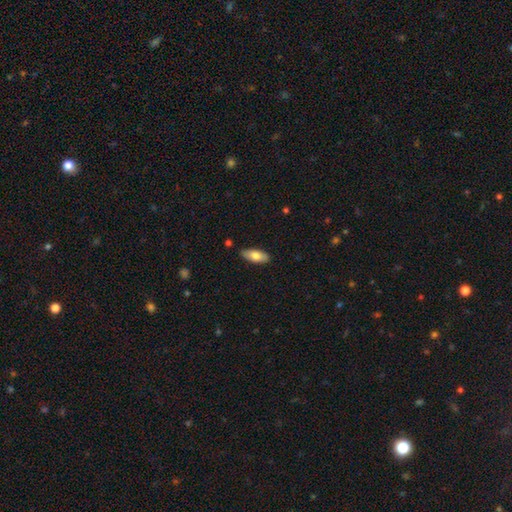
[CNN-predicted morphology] The model was most divided on "smooth or featured": smooth: 76%, featured or disk: 18%, star or artifact: 6%. More confident: merging — none (85%); how rounded — in between (78%).